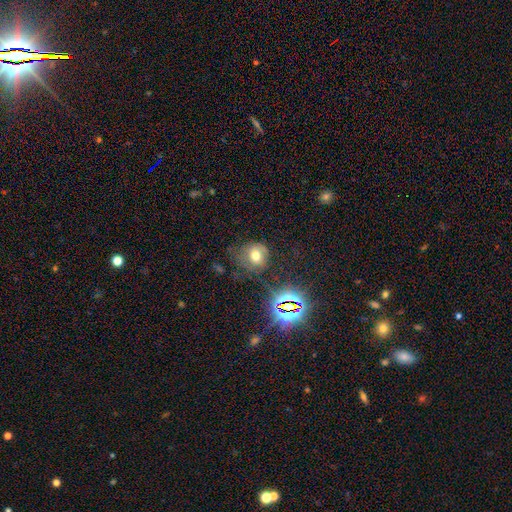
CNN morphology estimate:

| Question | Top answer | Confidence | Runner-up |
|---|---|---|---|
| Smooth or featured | smooth | 61% | star or artifact (22%) |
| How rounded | round | 76% | in between (23%) |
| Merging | none | 57% | minor disturbance (24%) |